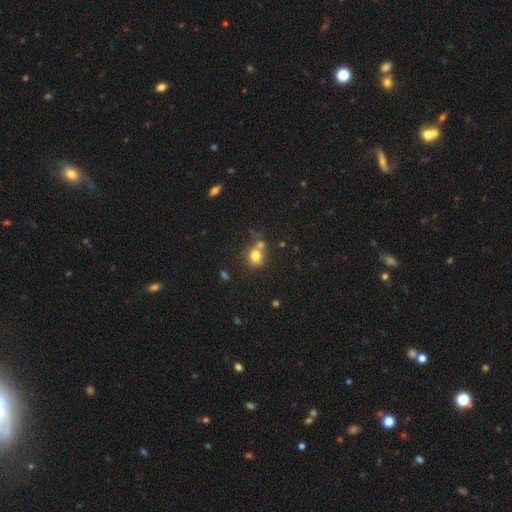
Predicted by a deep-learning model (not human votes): Overall: smooth (77%). How rounded: round (72%). Merging: none (52%; merger 29%).